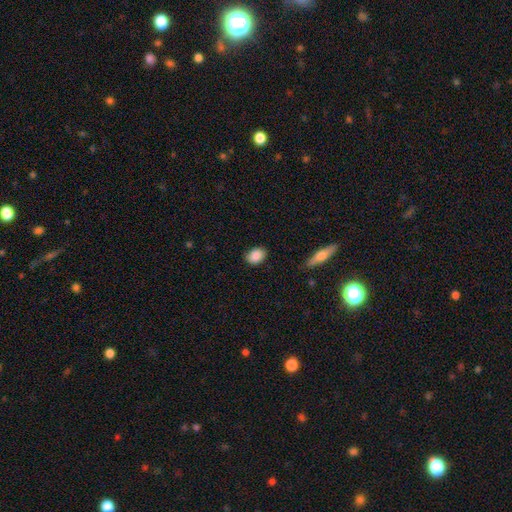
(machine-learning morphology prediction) type=smooth (88%); roundness=in between (72%); merging=none (82%).